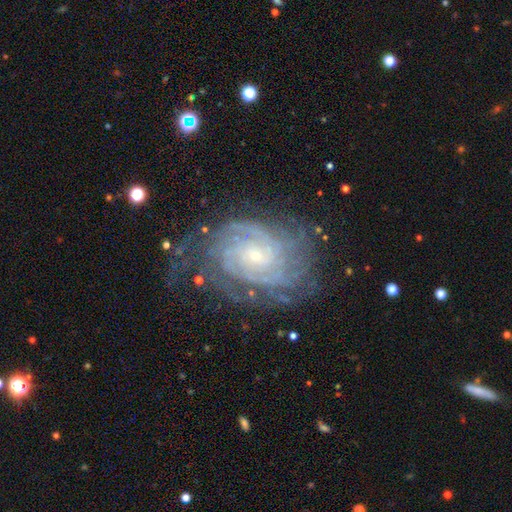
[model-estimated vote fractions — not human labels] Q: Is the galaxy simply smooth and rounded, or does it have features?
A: featured or disk — 89%.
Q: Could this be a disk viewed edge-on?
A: no — 97%.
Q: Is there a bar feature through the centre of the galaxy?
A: no — 71%.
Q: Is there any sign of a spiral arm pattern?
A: yes — 98%.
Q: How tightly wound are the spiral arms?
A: tight — 77%.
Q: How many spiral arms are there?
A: can't tell — 25%.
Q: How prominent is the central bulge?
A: small — 82%.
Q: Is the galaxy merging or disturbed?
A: none — 68%.